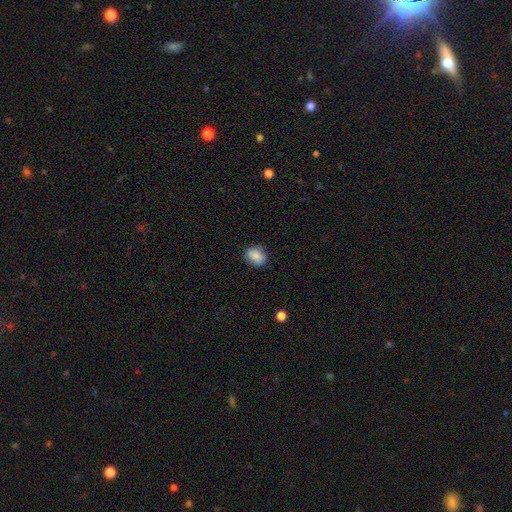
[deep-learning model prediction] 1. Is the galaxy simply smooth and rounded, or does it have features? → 86% smooth, 8% star or artifact, 5% featured or disk.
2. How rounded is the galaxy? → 52% in between, 46% round, 1% cigar-shaped.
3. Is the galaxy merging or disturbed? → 84% none, 12% minor disturbance, 3% major disturbance, 1% merger.